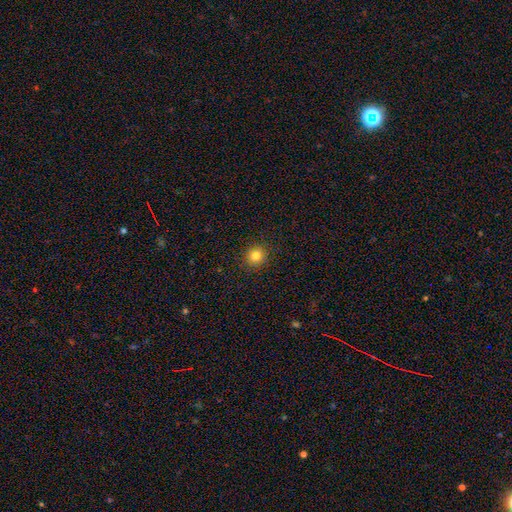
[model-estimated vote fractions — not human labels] smooth 81%, star or artifact 13%, featured or disk 6%. Down the decision tree: how rounded — round (89%); merging — none (91%).